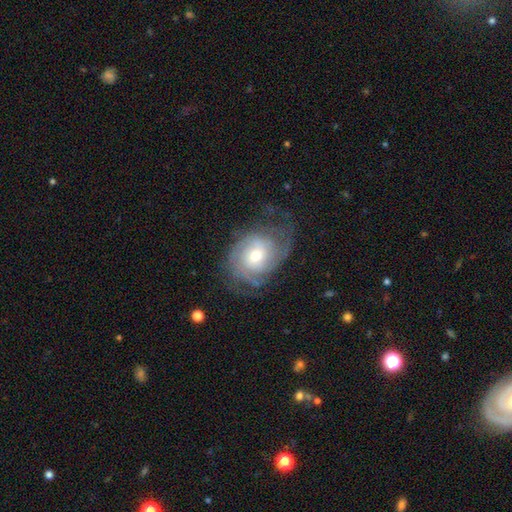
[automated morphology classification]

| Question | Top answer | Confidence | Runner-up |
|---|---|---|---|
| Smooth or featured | featured or disk | 78% | smooth (16%) |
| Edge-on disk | no | 97% | yes (3%) |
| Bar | no | 67% | weak (28%) |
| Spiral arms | yes | 91% | no (9%) |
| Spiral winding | tight | 54% | medium (33%) |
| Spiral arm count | can't tell | 38% | 2 (29%) |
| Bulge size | moderate | 61% | small (30%) |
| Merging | none | 57% | minor disturbance (23%) |